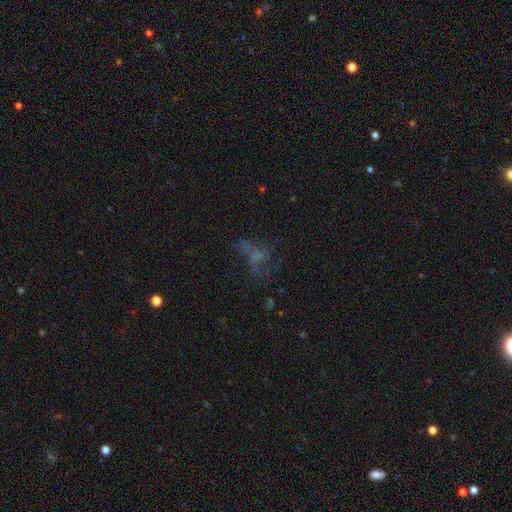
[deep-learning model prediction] The model was most divided on "merging": none: 44%, major disturbance: 36%, minor disturbance: 16%, merger: 5%. Remaining: smooth or featured — featured or disk (46%).